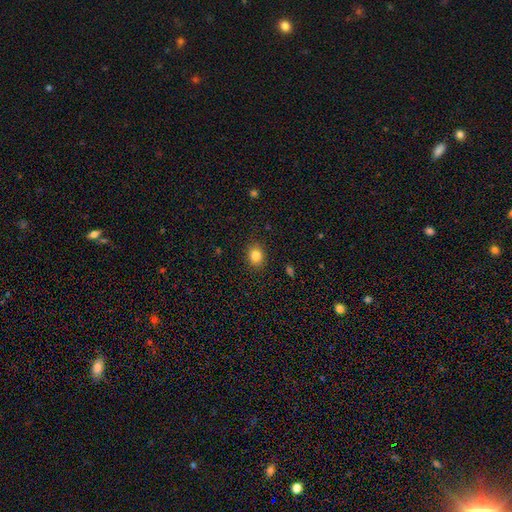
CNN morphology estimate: Overall: smooth (83%). How rounded: round (66%; in between 33%). Merging: none (88%).